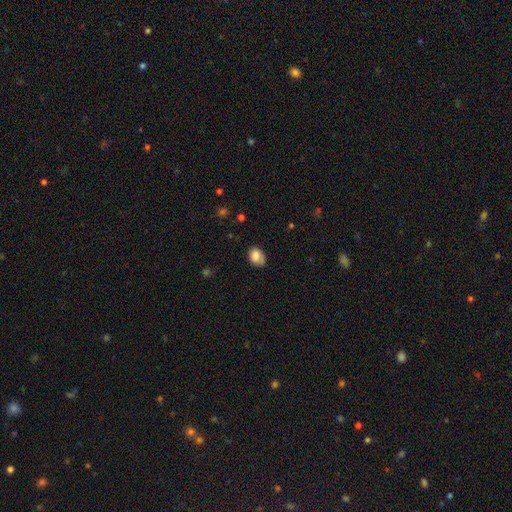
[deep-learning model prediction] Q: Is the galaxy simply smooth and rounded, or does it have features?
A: smooth — 80%.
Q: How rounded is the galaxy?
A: in between — 67%.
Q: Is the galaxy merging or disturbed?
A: none — 61%.